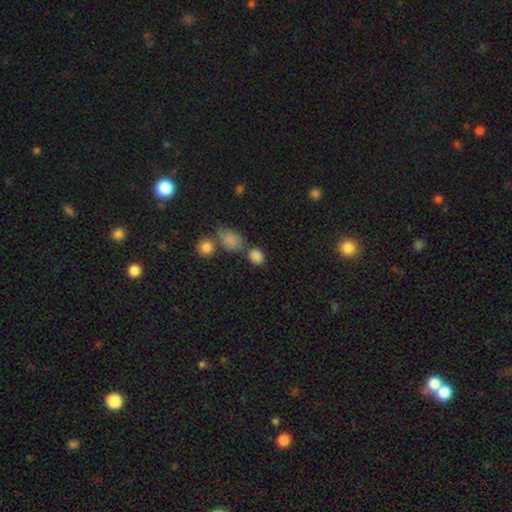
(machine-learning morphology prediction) Q: Smooth or featured?
A: smooth (84%); runner-up: star or artifact (11%)
Q: How rounded?
A: in between (50%); runner-up: round (48%)
Q: Merging?
A: none (61%); runner-up: merger (19%)